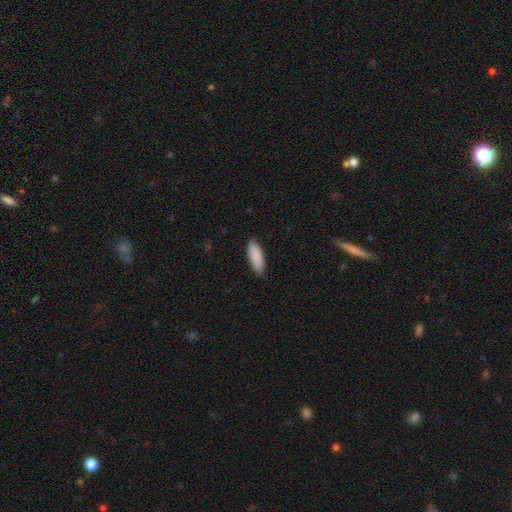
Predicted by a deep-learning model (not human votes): Overall: smooth (90%). How rounded: in between (67%; cigar-shaped 31%). Merging: none (85%).